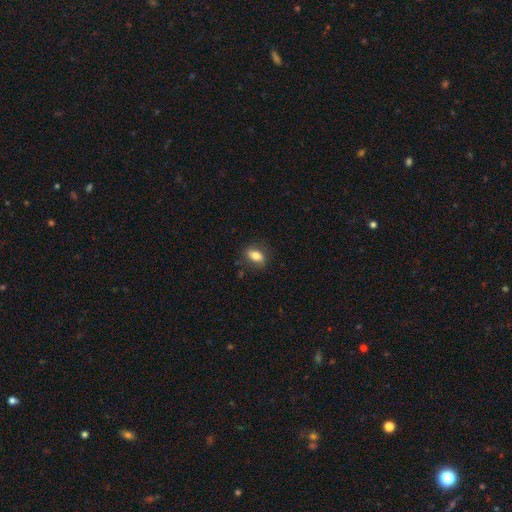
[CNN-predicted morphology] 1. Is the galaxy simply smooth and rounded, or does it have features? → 75% smooth, 17% featured or disk, 8% star or artifact.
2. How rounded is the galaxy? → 84% in between, 11% round, 5% cigar-shaped.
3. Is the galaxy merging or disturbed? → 77% none, 17% minor disturbance, 5% major disturbance, 1% merger.